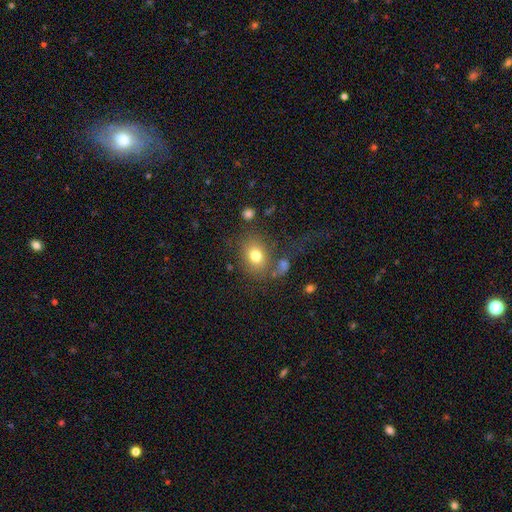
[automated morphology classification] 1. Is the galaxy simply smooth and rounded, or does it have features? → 76% smooth, 13% featured or disk, 12% star or artifact.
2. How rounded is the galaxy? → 53% in between, 46% round, 1% cigar-shaped.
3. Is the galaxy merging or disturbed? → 64% none, 14% minor disturbance, 13% major disturbance, 9% merger.